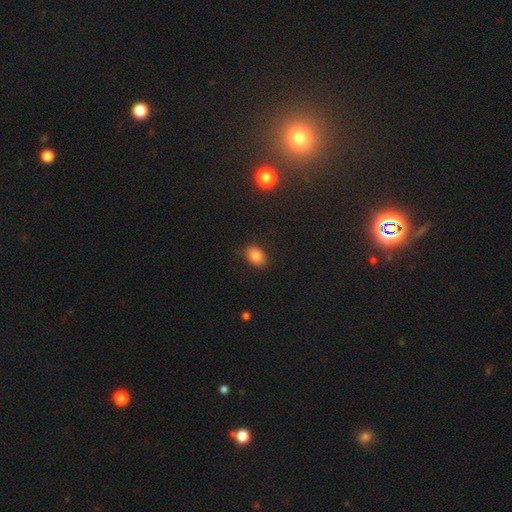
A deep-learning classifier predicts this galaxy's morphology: A smooth galaxy with no disk features (81%) that is in between round and cigar-shaped (79%).

Vote fractions:
- Smooth or featured? smooth: 81% / star or artifact: 10% / featured or disk: 9%
- How rounded? in between: 79% / round: 20% / cigar-shaped: 1%
- Merging? none: 87% / minor disturbance: 9% / major disturbance: 2% / merger: 1%